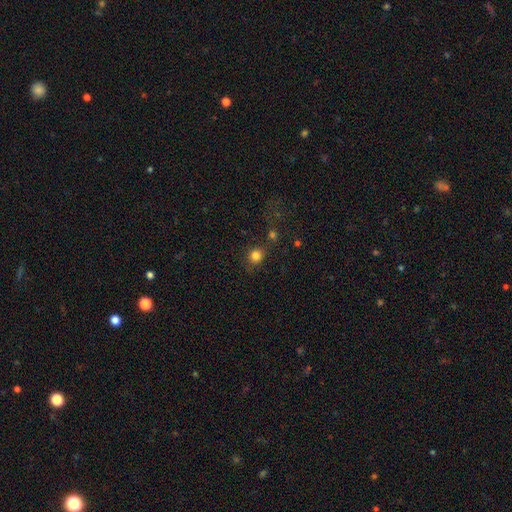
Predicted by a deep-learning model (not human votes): This appears to be a smooth galaxy with no disk features (81%) that is round (87%). Merging: none (74%).